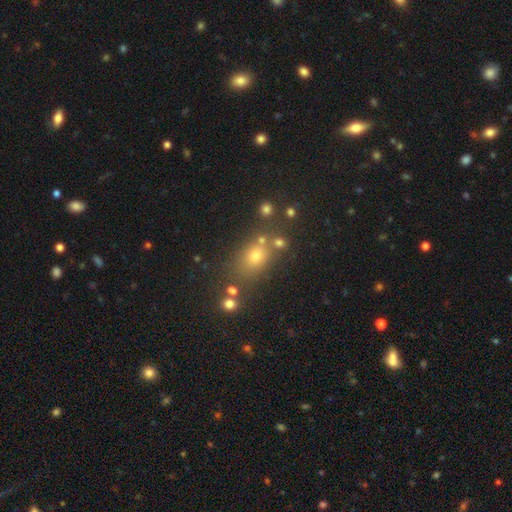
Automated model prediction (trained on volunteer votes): A smooth galaxy with no disk features (66%) that is in between round and cigar-shaped (57%).

Vote fractions:
- Smooth or featured? smooth: 66% / star or artifact: 22% / featured or disk: 12%
- How rounded? in between: 57% / round: 39% / cigar-shaped: 4%
- Merging? none: 64% / minor disturbance: 15% / merger: 15% / major disturbance: 6%